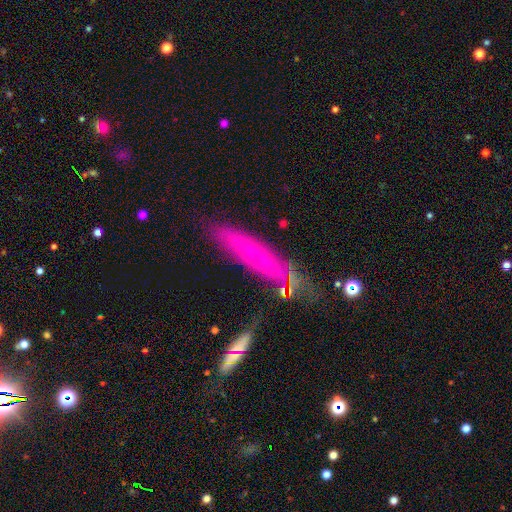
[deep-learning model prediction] Smooth or featured? Predicted: featured or disk (p=0.55). Edge-on disk? Predicted: yes (p=0.69). Merging? Predicted: none (p=0.64).